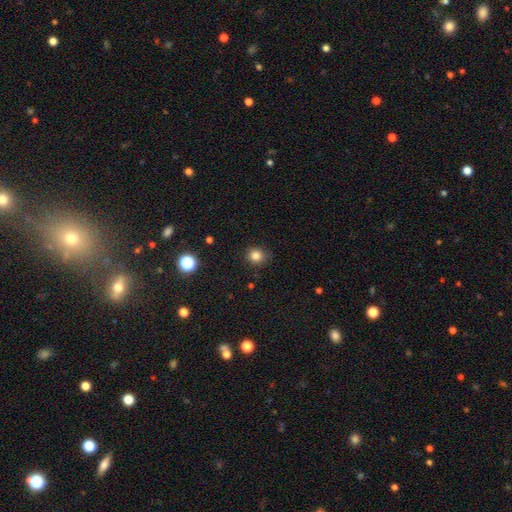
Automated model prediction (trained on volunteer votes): Overall: smooth (82%). How rounded: round (87%). Merging: none (85%).